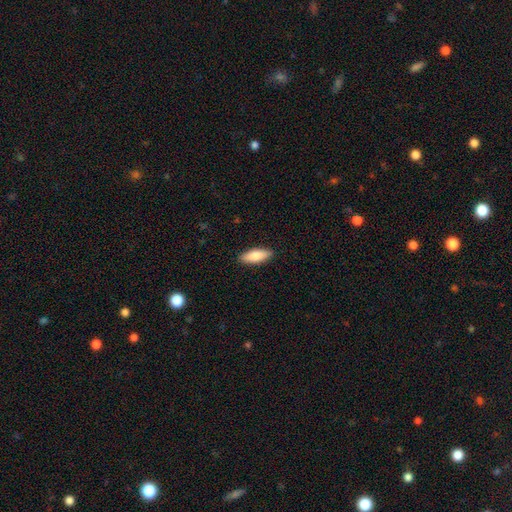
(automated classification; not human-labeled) smooth-or-featured: smooth: 83% | featured or disk: 11% | star or artifact: 5%
  how-rounded: in between: 65% | cigar-shaped: 33% | round: 2%
  merging: none: 90% | minor disturbance: 8% | major disturbance: 2% | merger: 1%